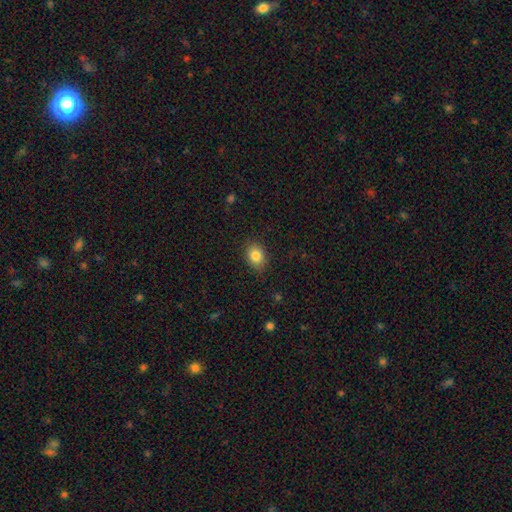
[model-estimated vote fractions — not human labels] The model was most divided on "how rounded": in between: 66%, round: 33%, cigar-shaped: 1%. More confident: merging — none (87%); smooth or featured — smooth (84%).